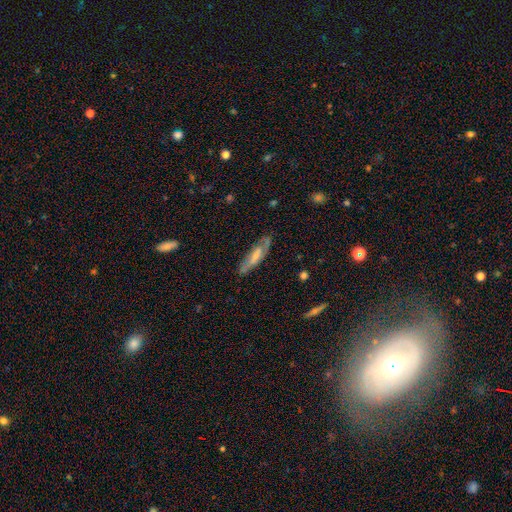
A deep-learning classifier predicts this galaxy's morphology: Overall: featured or disk (58%; smooth 35%). Edge-on disk: no (64%; yes 36%). Merging: none (72%).